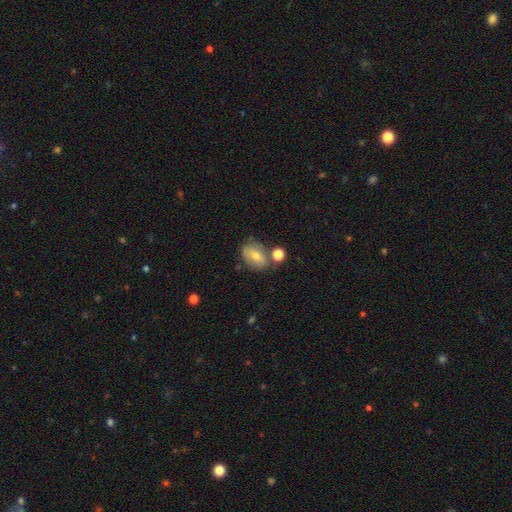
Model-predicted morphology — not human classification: The model was most divided on "merging": none: 55%, merger: 22%, minor disturbance: 18%, major disturbance: 6%. More confident: how rounded — in between (71%); smooth or featured — smooth (66%).